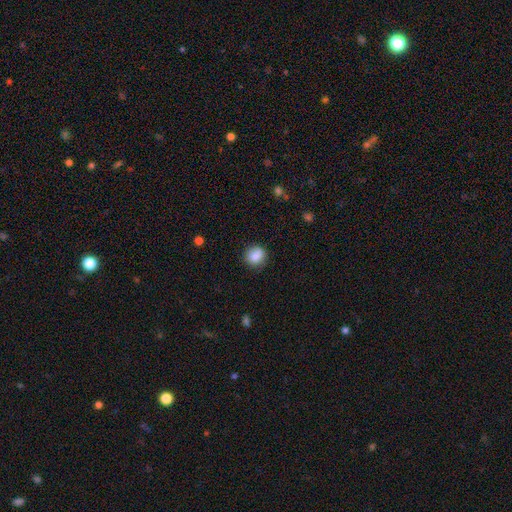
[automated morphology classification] Smooth or featured?
  - smooth: 87% *
  - star or artifact: 8%
  - featured or disk: 5%
How rounded?
  - round: 79% *
  - in between: 20%
  - cigar-shaped: 1%
Merging?
  - none: 80% *
  - minor disturbance: 15%
  - major disturbance: 3%
  - merger: 1%